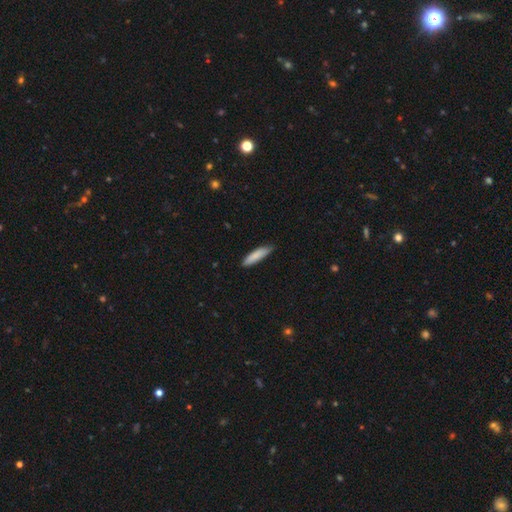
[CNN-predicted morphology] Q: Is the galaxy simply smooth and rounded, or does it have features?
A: smooth — 85%.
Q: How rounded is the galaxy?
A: cigar-shaped — 75%.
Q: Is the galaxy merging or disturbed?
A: none — 78%.